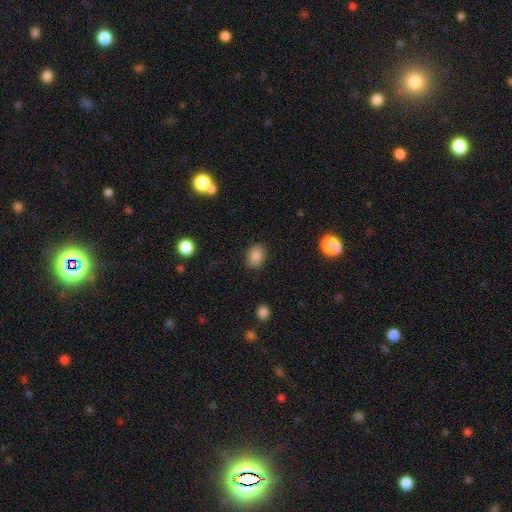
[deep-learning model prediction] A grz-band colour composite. It shows a smooth galaxy with no disk features (84%) that is in between round and cigar-shaped (62%). Merging: none (86%).